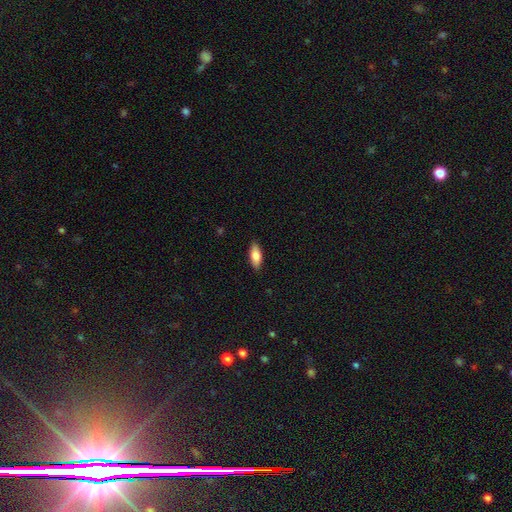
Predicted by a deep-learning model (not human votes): A smooth galaxy with no disk features (82%) that is in between round and cigar-shaped (77%). Merging: none (88%).